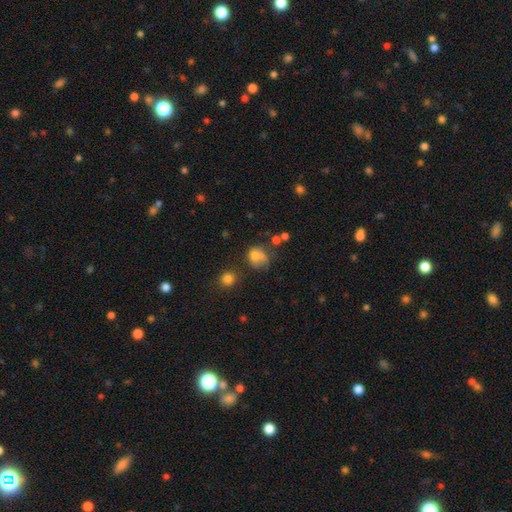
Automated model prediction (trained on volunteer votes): A smooth galaxy with no disk features (68%) that is round (61%).

Vote fractions:
- Smooth or featured? smooth: 68% / featured or disk: 17% / star or artifact: 14%
- How rounded? round: 61% / in between: 38% / cigar-shaped: 1%
- Merging? none: 35% / merger: 25% / minor disturbance: 22% / major disturbance: 19%